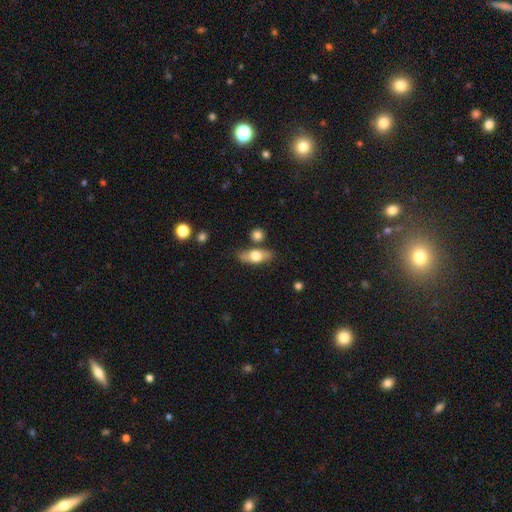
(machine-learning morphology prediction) smooth 59%, featured or disk 34%, star or artifact 7%. Down the decision tree: how rounded — in between (69%); merging — none (76%).